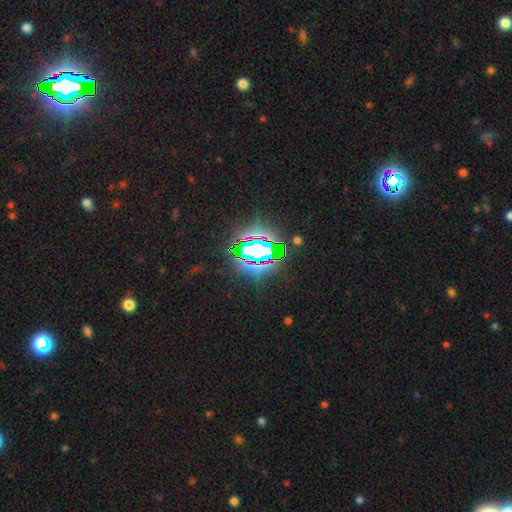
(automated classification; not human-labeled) This is likely a star or artifact rather than a galaxy (75%).